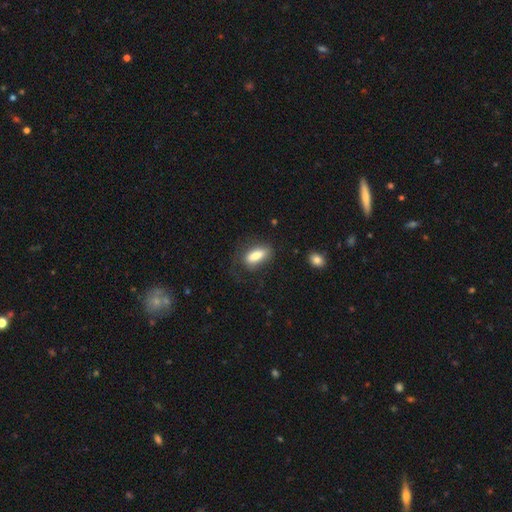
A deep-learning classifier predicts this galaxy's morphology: smooth_or_featured: smooth (p=0.82) [alt: featured or disk p=0.11]
how_rounded: in between (p=0.80) [alt: cigar-shaped p=0.17]
merging: none (p=0.66) [alt: minor disturbance p=0.20]